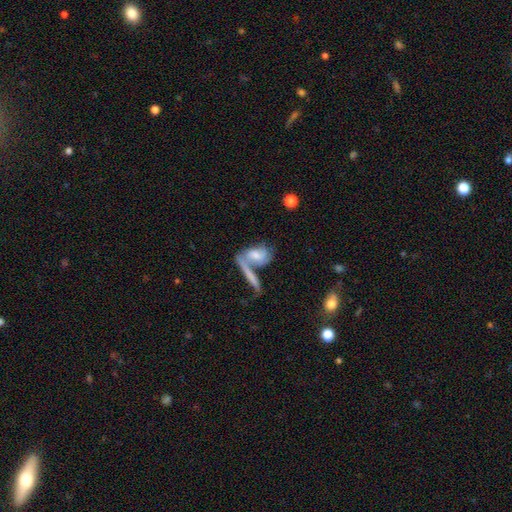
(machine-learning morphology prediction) Overall: featured or disk (52%; smooth 40%). Edge-on disk: no (85%). Merging: merger (48%; none 29%).